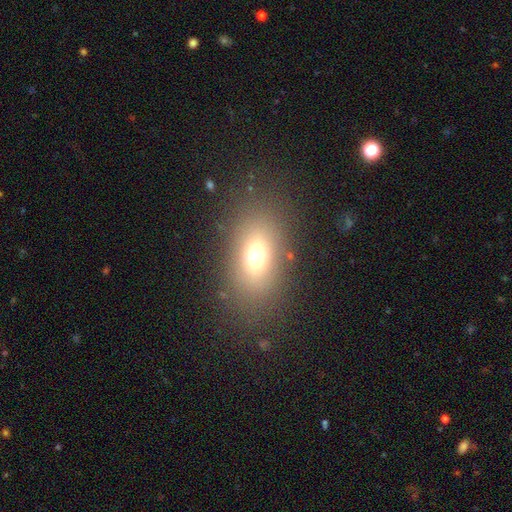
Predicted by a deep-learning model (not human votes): Smooth or featured? smooth (70%)
How rounded? in between (81%)
Merging? none (82%)